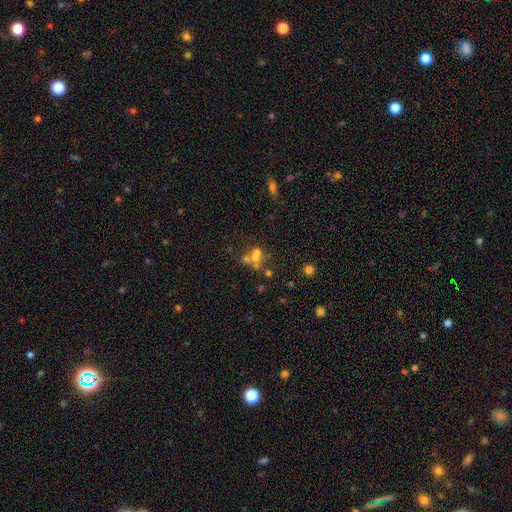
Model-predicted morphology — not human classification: This is possibly a smooth galaxy (47%). Merging: possibly merger (51%).